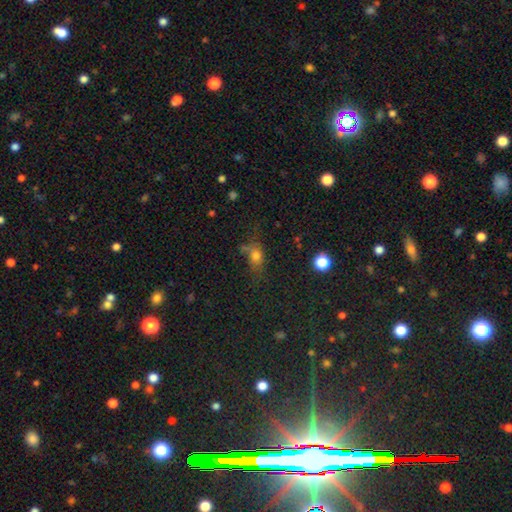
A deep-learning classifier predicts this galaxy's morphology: Smooth or featured: smooth — 70% (star or artifact — 19%)
How rounded: in between — 59% (round — 36%)
Merging: none — 53% (minor disturbance — 23%)